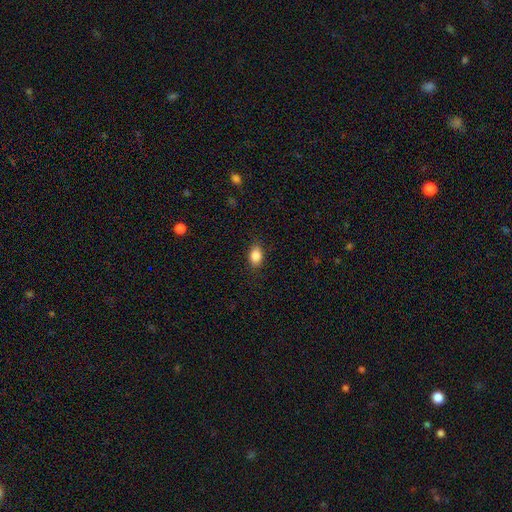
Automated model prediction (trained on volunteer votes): smooth_or_featured: smooth (p=0.87) [alt: star or artifact p=0.08]
how_rounded: in between (p=0.83) [alt: round p=0.15]
merging: none (p=0.86) [alt: minor disturbance p=0.11]